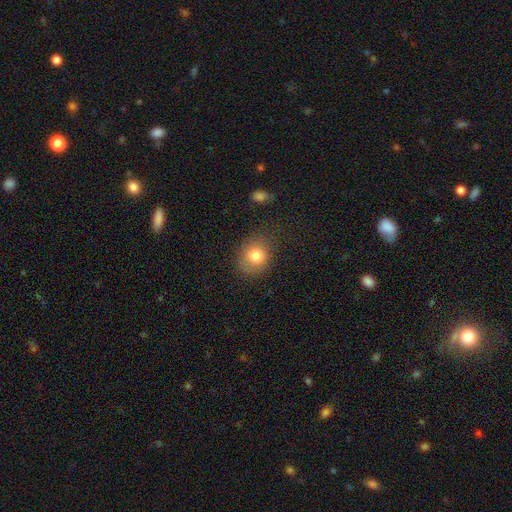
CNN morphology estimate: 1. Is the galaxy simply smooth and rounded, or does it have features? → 80% smooth, 11% star or artifact, 9% featured or disk.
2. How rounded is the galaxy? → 70% round, 29% in between, 1% cigar-shaped.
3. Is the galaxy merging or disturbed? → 74% none, 17% minor disturbance, 6% major disturbance, 2% merger.